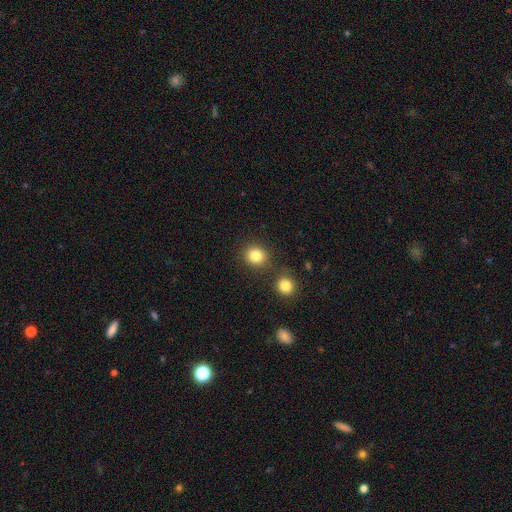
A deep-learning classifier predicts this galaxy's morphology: A smooth galaxy with no disk features (83%) that is round (83%). Merging: none (79%).